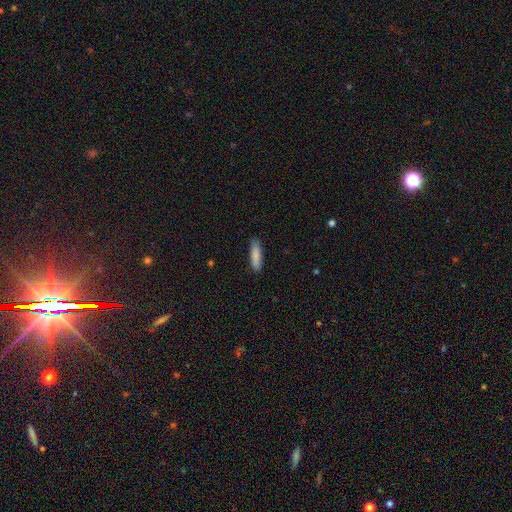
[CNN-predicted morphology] A smooth galaxy with no disk features (85%) that is cigar-shaped (70%).

Vote fractions:
- Smooth or featured? smooth: 85% / featured or disk: 9% / star or artifact: 6%
- How rounded? cigar-shaped: 70% / in between: 29% / round: 1%
- Merging? none: 87% / minor disturbance: 10% / major disturbance: 2% / merger: 1%